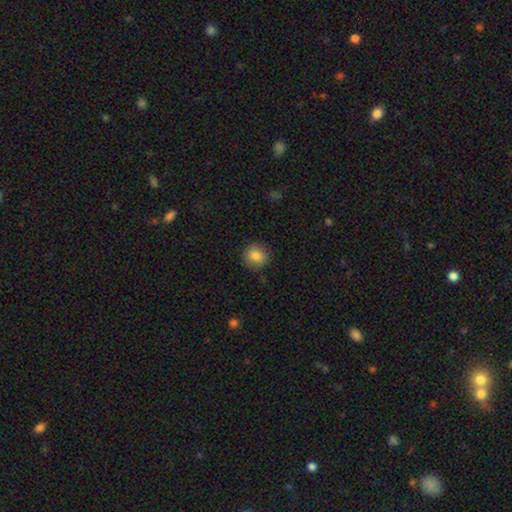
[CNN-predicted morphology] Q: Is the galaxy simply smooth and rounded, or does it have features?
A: smooth — 83%.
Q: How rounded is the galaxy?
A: round — 90%.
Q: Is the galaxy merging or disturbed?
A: none — 87%.